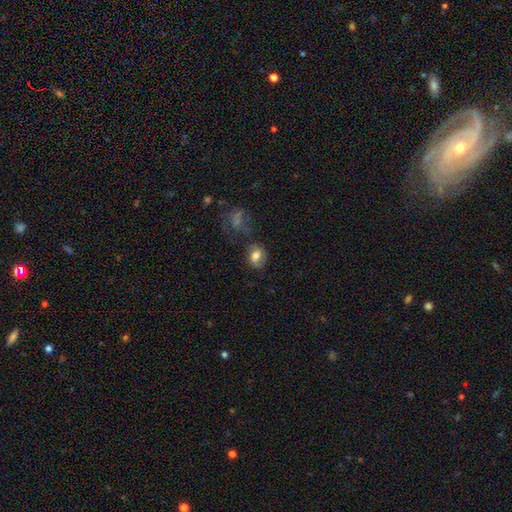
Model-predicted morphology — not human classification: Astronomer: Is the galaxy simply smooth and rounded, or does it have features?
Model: smooth — 71%.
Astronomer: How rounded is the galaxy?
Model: in between — 58% (runner-up: round, 41%).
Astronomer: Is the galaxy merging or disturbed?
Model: none — 57%.